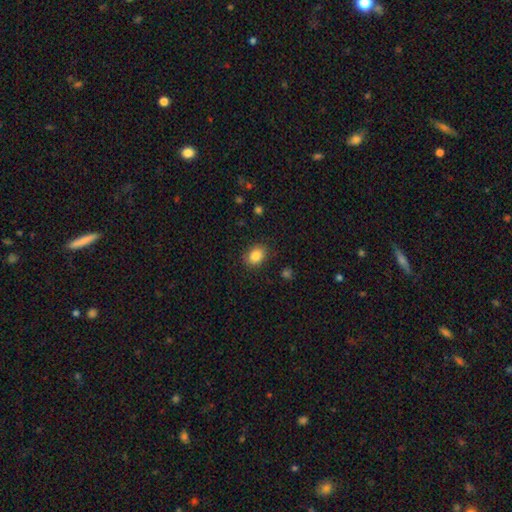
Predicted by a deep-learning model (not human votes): The model was most divided on "how rounded": in between: 60%, round: 39%, cigar-shaped: 1%. More confident: merging — none (85%); smooth or featured — smooth (85%).